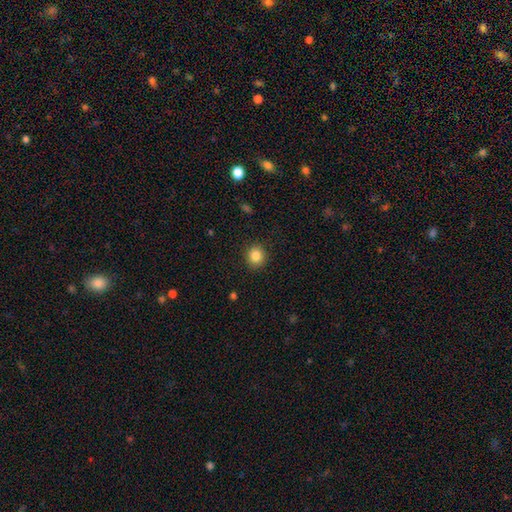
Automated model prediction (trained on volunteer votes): Smooth or featured?
  - smooth: 84% *
  - star or artifact: 10%
  - featured or disk: 6%
How rounded?
  - round: 82% *
  - in between: 17%
  - cigar-shaped: 1%
Merging?
  - none: 90% *
  - minor disturbance: 7%
  - major disturbance: 2%
  - merger: 1%